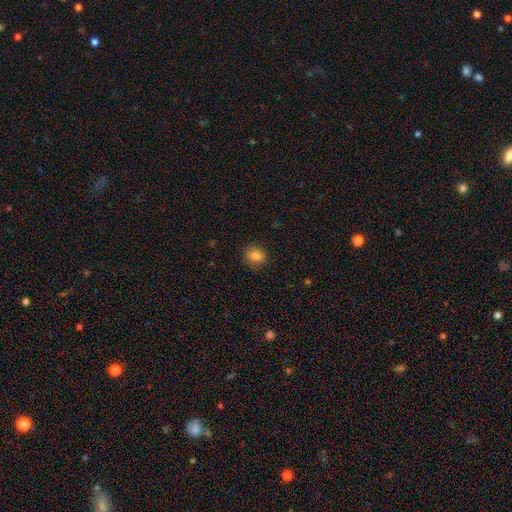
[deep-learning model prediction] This appears to be a smooth galaxy with no disk features (83%) that is round (68%). Merging: none (87%).